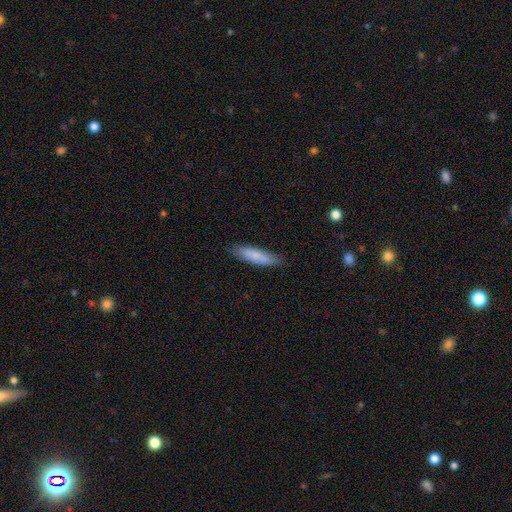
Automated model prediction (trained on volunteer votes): smooth 80%, featured or disk 14%, star or artifact 6%. Down the decision tree: how rounded — cigar-shaped (73%); merging — none (83%).